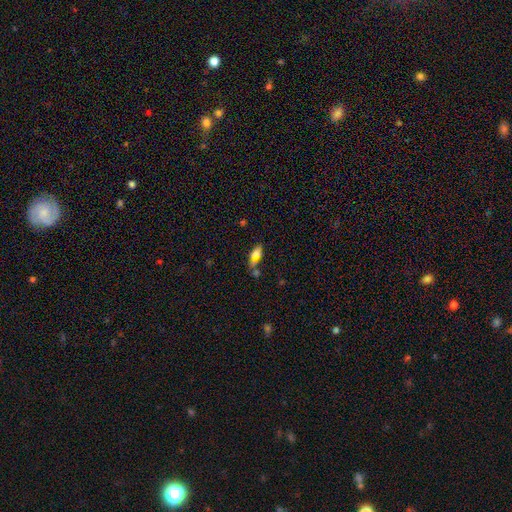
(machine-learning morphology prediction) smooth 69%, featured or disk 20%, star or artifact 11%. Down the decision tree: how rounded — in between (82%); merging — merger (38%, tied with none).